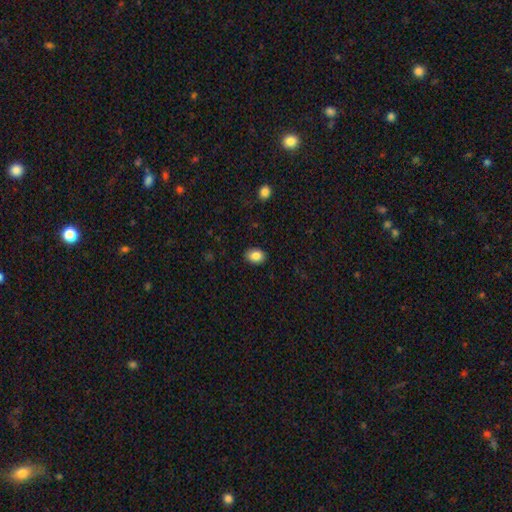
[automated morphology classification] type=smooth (86%); roundness=in between (70%); merging=none (88%).